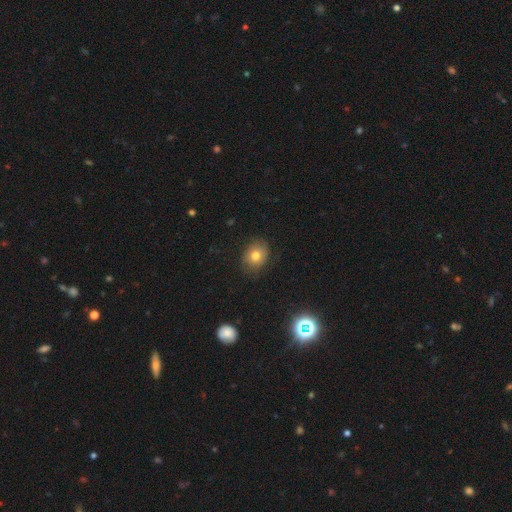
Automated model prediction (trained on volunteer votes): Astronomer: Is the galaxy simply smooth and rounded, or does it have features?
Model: smooth — 76%.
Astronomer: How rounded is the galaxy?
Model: round — 55% (runner-up: in between, 44%).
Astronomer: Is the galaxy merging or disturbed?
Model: none — 82%.